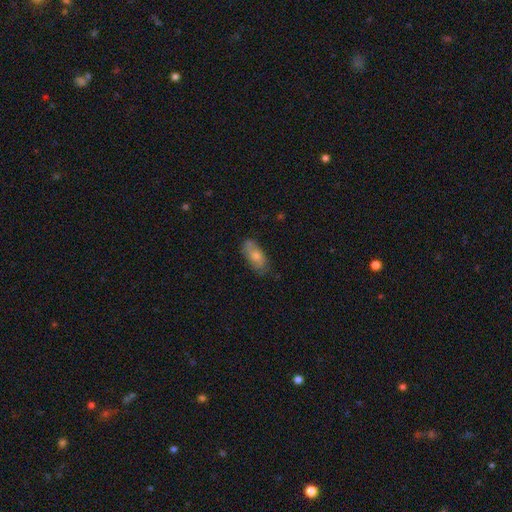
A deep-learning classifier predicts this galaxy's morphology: Smooth or featured: smooth — 68% (featured or disk — 25%)
How rounded: in between — 87% (cigar-shaped — 10%)
Merging: none — 70% (minor disturbance — 23%)